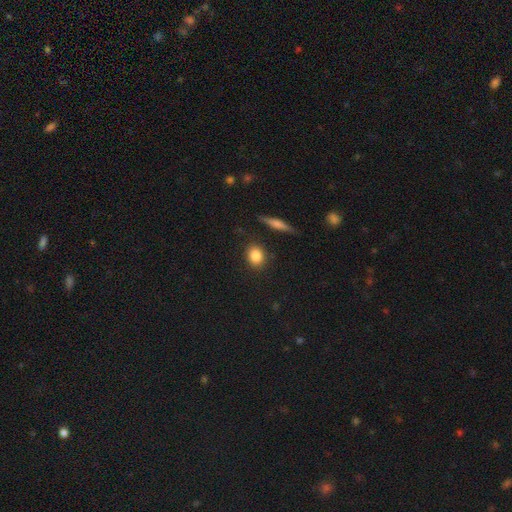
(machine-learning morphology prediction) Smooth or featured? smooth (85%)
How rounded? round (54%)
Merging? none (86%)